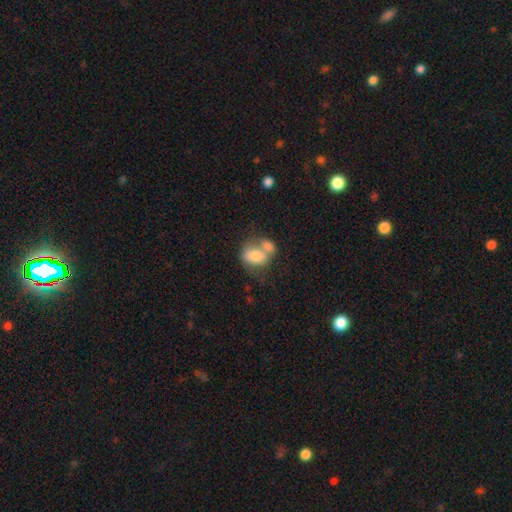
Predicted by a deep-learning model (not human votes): Q: Smooth or featured?
A: smooth (70%); runner-up: featured or disk (22%)
Q: How rounded?
A: in between (60%); runner-up: round (38%)
Q: Merging?
A: merger (58%); runner-up: none (23%)